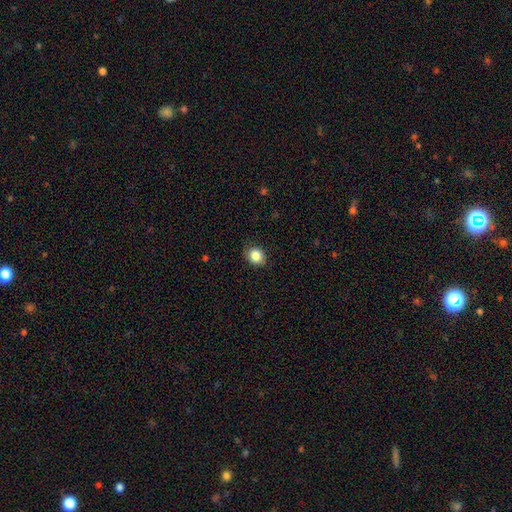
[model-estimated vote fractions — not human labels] Smooth or featured? Predicted: smooth (p=0.86). How rounded? Predicted: round (p=0.66). Merging? Predicted: none (p=0.85).